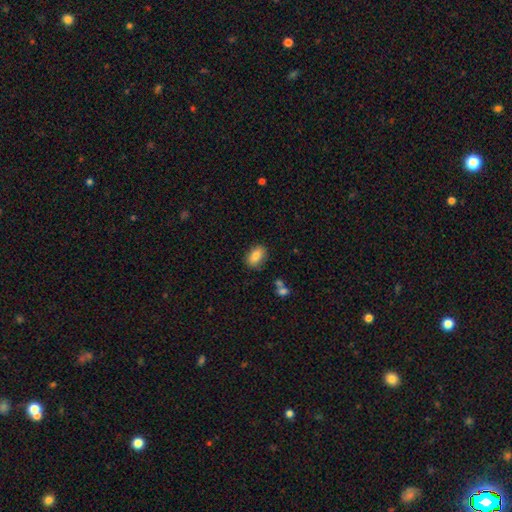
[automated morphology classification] Q: Smooth or featured?
A: smooth (84%); runner-up: featured or disk (8%)
Q: How rounded?
A: in between (86%); runner-up: round (12%)
Q: Merging?
A: none (83%); runner-up: minor disturbance (12%)